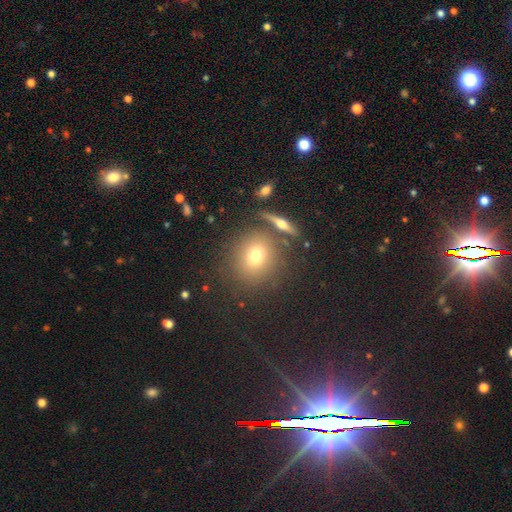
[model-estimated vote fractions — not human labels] smooth 68%, featured or disk 16%, star or artifact 15%. Down the decision tree: how rounded — round (82%); merging — none (78%).